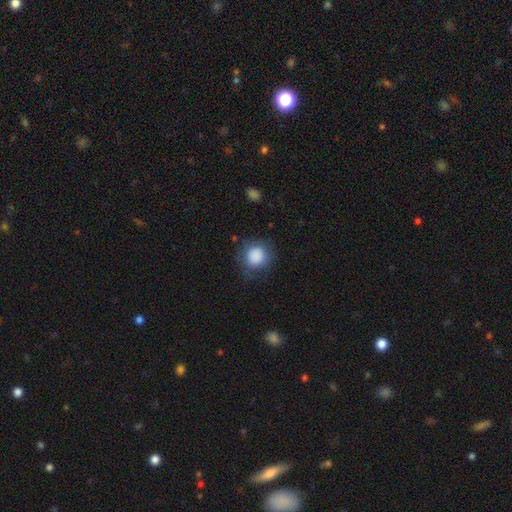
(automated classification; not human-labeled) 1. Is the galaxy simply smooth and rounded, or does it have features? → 86% smooth, 8% star or artifact, 6% featured or disk.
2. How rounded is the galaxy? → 84% round, 15% in between, 1% cigar-shaped.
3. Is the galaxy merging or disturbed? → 74% none, 16% minor disturbance, 8% major disturbance, 2% merger.